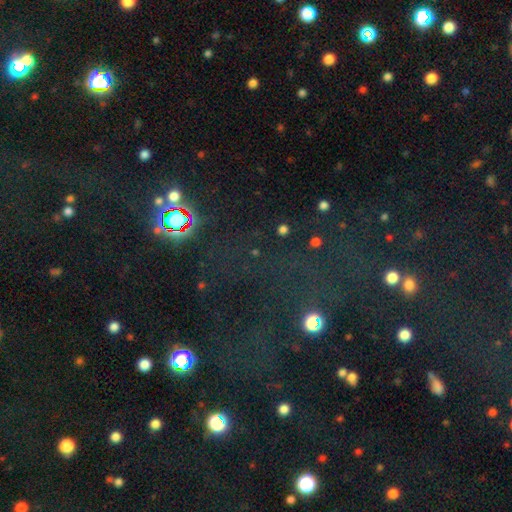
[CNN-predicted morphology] smooth_or_featured: star or artifact (p=0.68) [alt: smooth p=0.21]